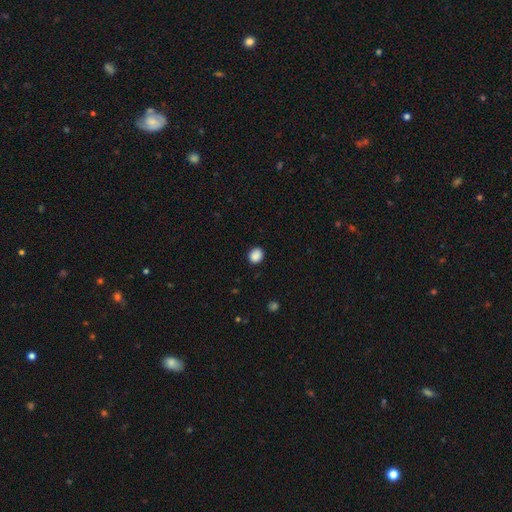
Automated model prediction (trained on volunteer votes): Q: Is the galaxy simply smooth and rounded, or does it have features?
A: smooth — 89%.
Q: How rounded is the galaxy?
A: round — 68%.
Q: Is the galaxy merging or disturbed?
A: none — 89%.